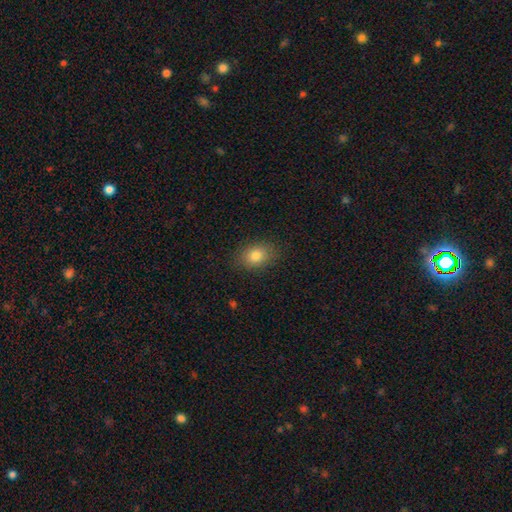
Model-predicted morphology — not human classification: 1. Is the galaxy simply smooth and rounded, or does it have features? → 82% smooth, 10% star or artifact, 9% featured or disk.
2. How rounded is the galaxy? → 72% in between, 27% round, 1% cigar-shaped.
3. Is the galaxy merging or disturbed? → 84% none, 12% minor disturbance, 3% major disturbance, 1% merger.